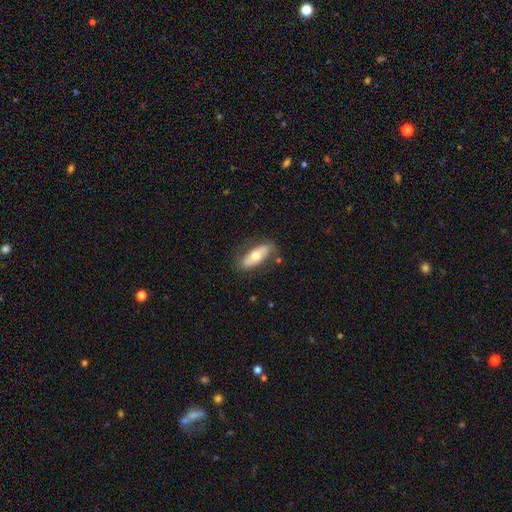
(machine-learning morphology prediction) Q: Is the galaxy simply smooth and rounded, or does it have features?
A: smooth — 56%.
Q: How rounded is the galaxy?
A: in between — 68%.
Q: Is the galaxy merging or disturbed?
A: none — 76%.